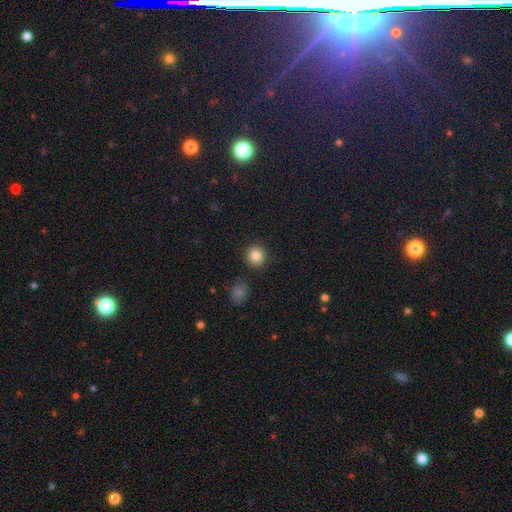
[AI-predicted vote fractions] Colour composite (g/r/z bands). It shows a smooth galaxy with no disk features (85%) that is round (92%). Merging: none (90%).